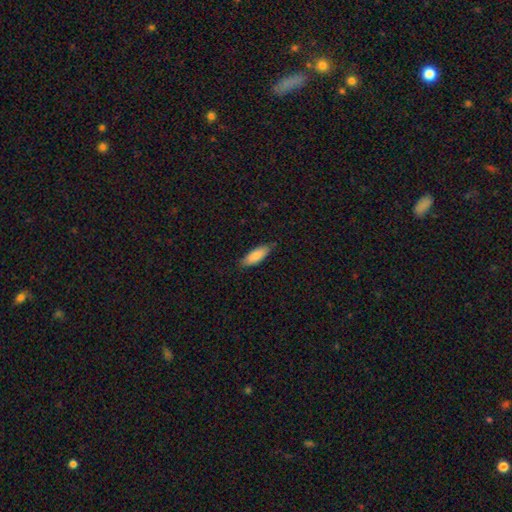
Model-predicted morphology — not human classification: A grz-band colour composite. It shows a smooth galaxy with no disk features (84%) that is in between round and cigar-shaped (69%). Merging: none (82%).